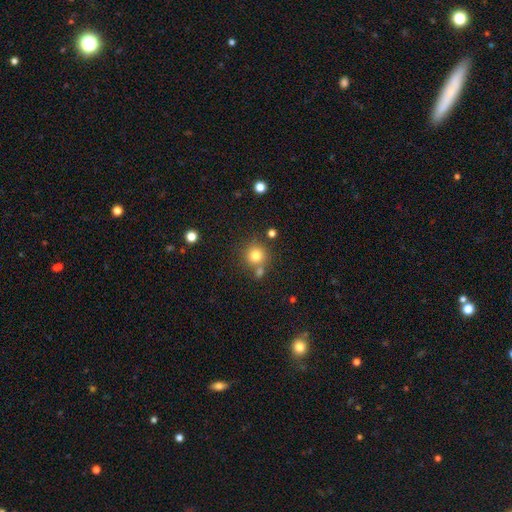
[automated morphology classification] smooth-or-featured: smooth: 79% | star or artifact: 13% | featured or disk: 8%
  how-rounded: round: 92% | in between: 7% | cigar-shaped: 1%
  merging: none: 70% | merger: 17% | minor disturbance: 10% | major disturbance: 3%